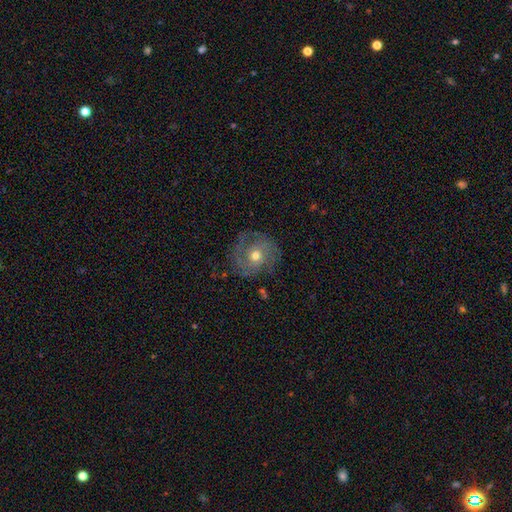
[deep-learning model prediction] Smooth or featured? featured or disk (72%)
Edge-on disk? no (97%)
Bar? no (82%)
Spiral arms? yes (86%)
Spiral winding? tight (54%)
Spiral arm count? can't tell (31%)
Bulge size? moderate (72%)
Merging? none (74%)